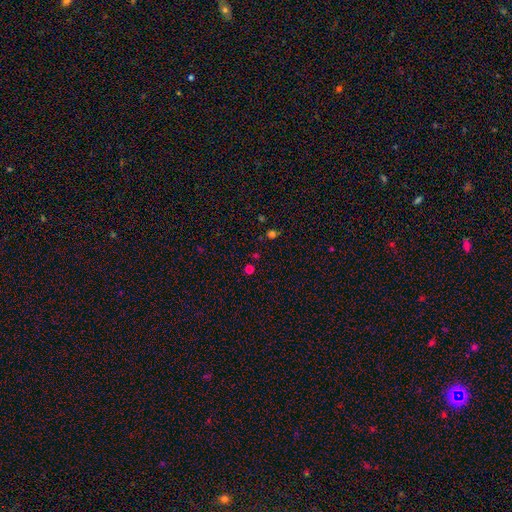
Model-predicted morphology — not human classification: type=smooth (59%); roundness=round (85%); merging=none (84%).